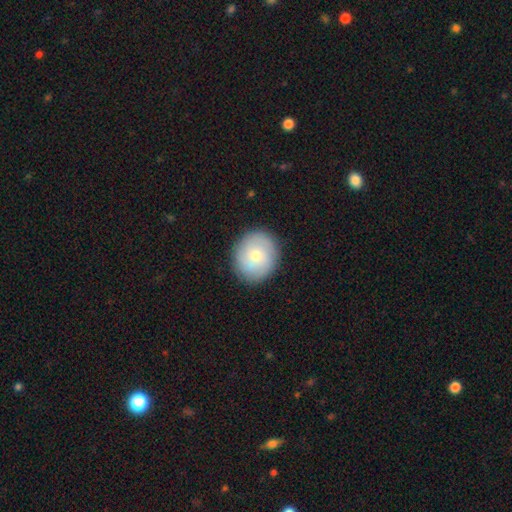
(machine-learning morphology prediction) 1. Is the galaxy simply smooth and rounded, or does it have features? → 67% smooth, 25% featured or disk, 8% star or artifact.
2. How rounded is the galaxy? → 81% round, 18% in between, 1% cigar-shaped.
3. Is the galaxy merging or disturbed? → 89% none, 8% minor disturbance, 2% major disturbance, 1% merger.